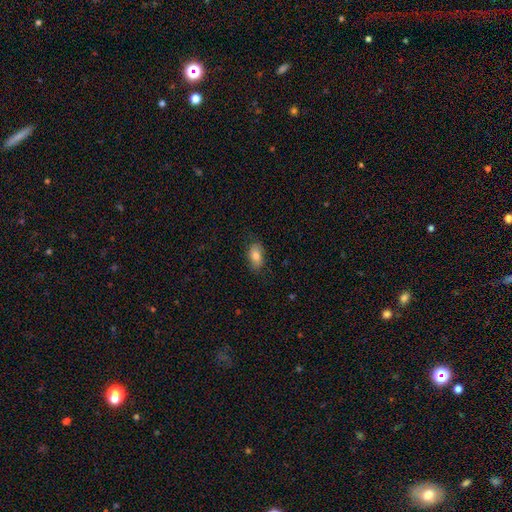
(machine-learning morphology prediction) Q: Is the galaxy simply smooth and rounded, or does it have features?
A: smooth — 81%.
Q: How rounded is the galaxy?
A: in between — 91%.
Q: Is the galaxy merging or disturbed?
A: none — 79%.